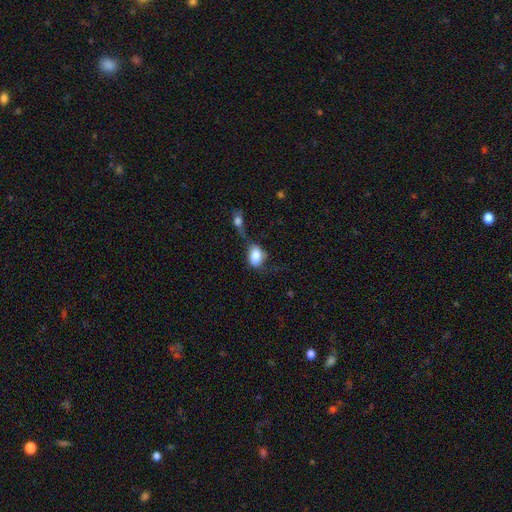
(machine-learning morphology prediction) A smooth galaxy with no disk features (78%) that is in between round and cigar-shaped (81%). Merging: merger (42%).